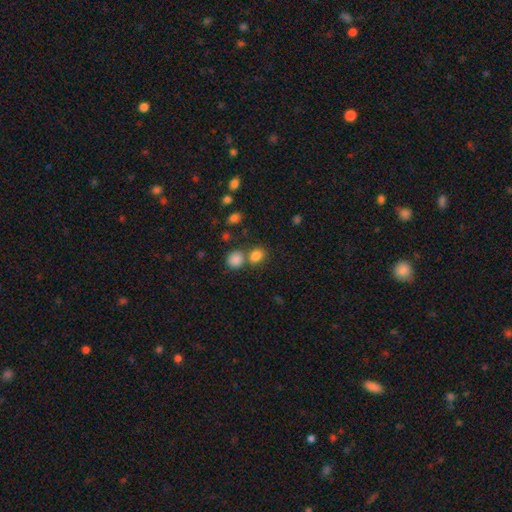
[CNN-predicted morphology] Smooth or featured: smooth — 83% (star or artifact — 12%)
How rounded: round — 50% (in between — 48%)
Merging: none — 55% (merger — 31%)